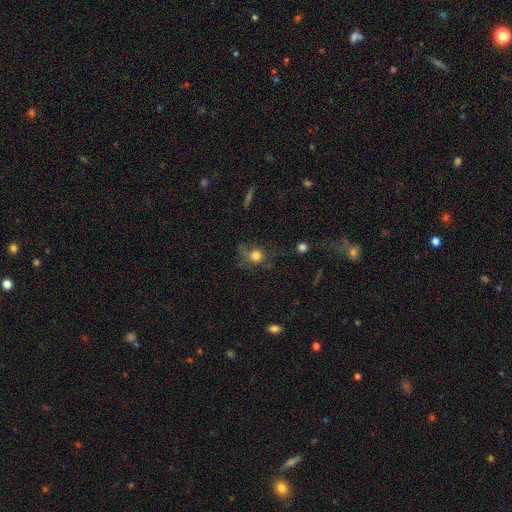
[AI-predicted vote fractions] Smooth or featured: smooth — 70% (featured or disk — 16%)
How rounded: round — 80% (in between — 18%)
Merging: none — 52% (minor disturbance — 22%)